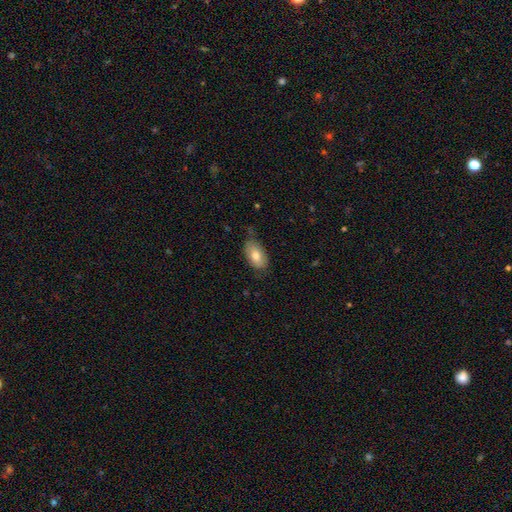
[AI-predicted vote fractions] Smooth or featured?
  - smooth: 76% *
  - featured or disk: 17%
  - star or artifact: 7%
How rounded?
  - in between: 93% *
  - round: 5%
  - cigar-shaped: 2%
Merging?
  - none: 62% *
  - minor disturbance: 31%
  - major disturbance: 6%
  - merger: 2%